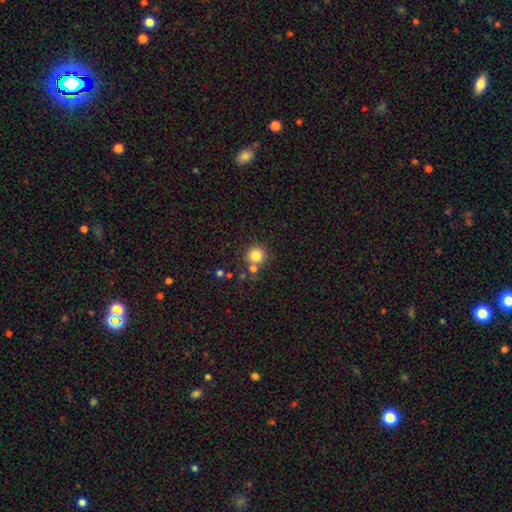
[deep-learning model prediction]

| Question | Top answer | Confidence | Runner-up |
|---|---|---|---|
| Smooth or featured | smooth | 82% | star or artifact (12%) |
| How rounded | round | 93% | in between (6%) |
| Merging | none | 72% | merger (17%) |